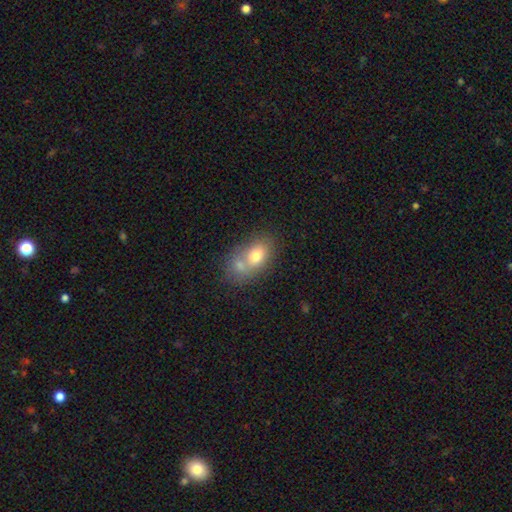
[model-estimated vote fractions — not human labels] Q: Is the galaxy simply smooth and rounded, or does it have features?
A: smooth — 71%.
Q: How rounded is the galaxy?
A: in between — 78%.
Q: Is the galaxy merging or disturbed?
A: merger — 53%.